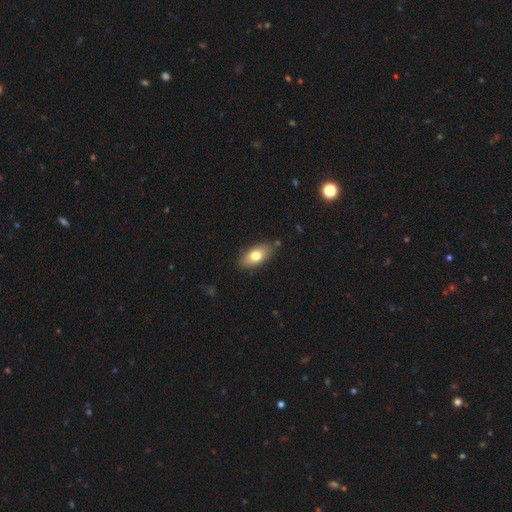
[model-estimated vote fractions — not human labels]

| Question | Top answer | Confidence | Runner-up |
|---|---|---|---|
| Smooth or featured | smooth | 74% | featured or disk (19%) |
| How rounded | in between | 87% | cigar-shaped (9%) |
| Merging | none | 84% | minor disturbance (12%) |